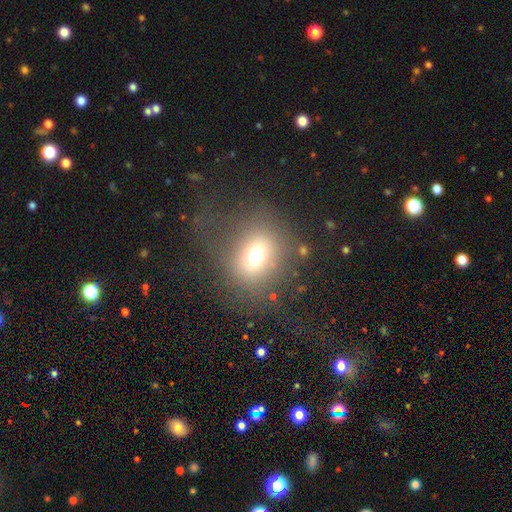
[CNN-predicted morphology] smooth-or-featured: smooth: 66% | star or artifact: 21% | featured or disk: 13%
  how-rounded: round: 75% | in between: 24% | cigar-shaped: 1%
  merging: none: 68% | major disturbance: 16% | minor disturbance: 13% | merger: 3%